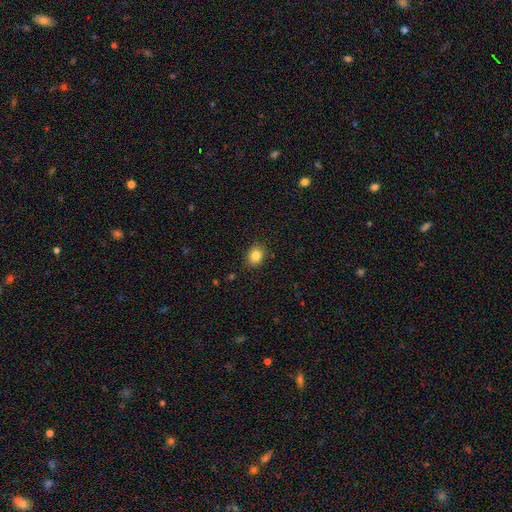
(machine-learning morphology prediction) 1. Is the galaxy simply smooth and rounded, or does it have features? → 84% smooth, 10% star or artifact, 6% featured or disk.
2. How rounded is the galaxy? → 56% round, 43% in between, 1% cigar-shaped.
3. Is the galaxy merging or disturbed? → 88% none, 8% minor disturbance, 2% major disturbance, 1% merger.